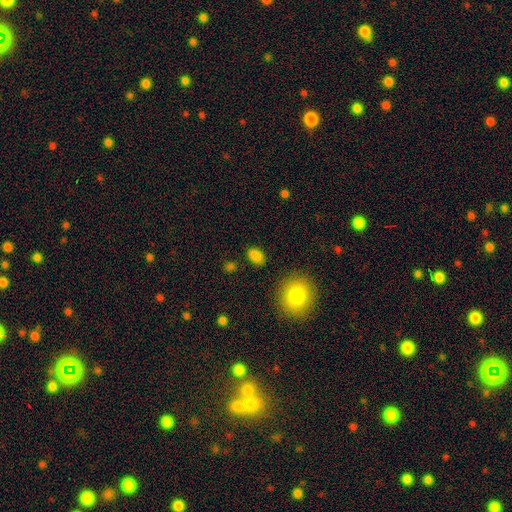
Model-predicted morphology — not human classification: This is clearly a smooth galaxy (84%). How rounded: clearly in between (83%). Merging: clearly none (86%).